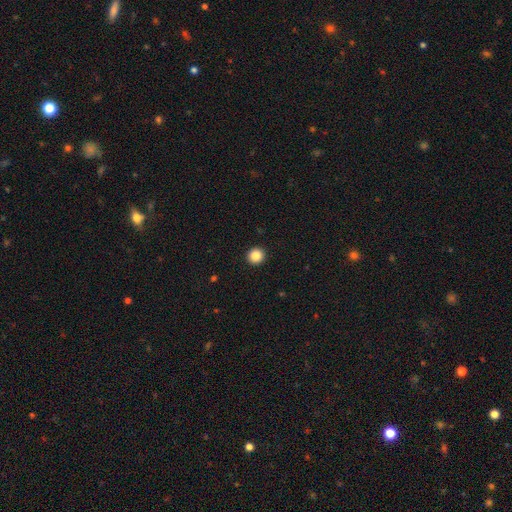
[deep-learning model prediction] smooth_or_featured: smooth (p=0.86) [alt: star or artifact p=0.10]
how_rounded: round (p=0.95) [alt: in between p=0.04]
merging: none (p=0.94) [alt: minor disturbance p=0.04]